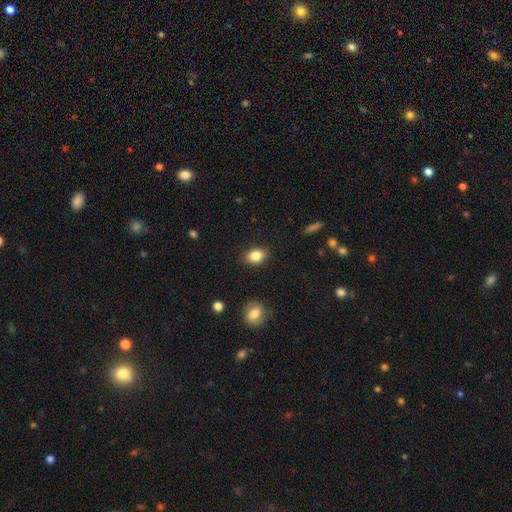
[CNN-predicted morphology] smooth_or_featured: smooth (p=0.84) [alt: star or artifact p=0.09]
how_rounded: in between (p=0.71) [alt: round p=0.27]
merging: none (p=0.86) [alt: minor disturbance p=0.10]